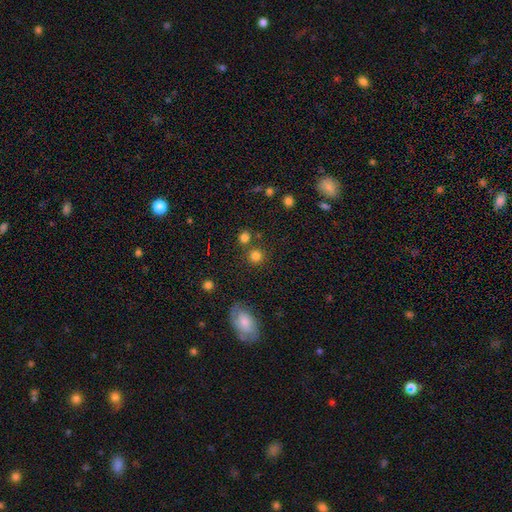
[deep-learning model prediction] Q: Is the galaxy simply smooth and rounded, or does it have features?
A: smooth — 81%.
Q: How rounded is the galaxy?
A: round — 90%.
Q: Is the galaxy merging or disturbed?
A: none — 77%.